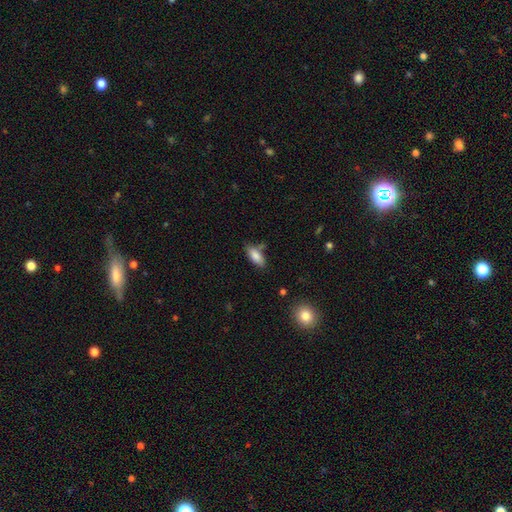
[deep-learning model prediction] smooth_or_featured: smooth (p=0.84) [alt: featured or disk p=0.08]
how_rounded: in between (p=0.81) [alt: cigar-shaped p=0.16]
merging: none (p=0.69) [alt: minor disturbance p=0.20]